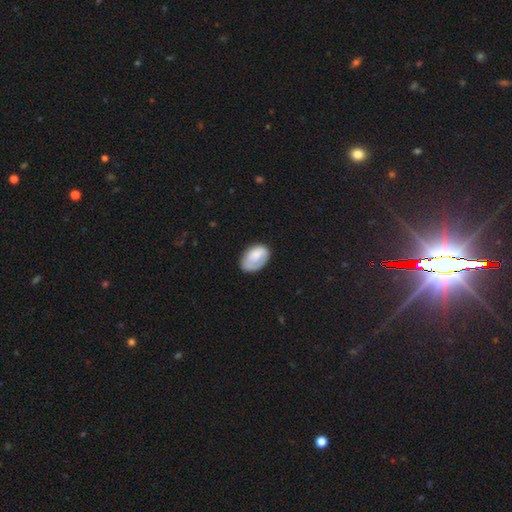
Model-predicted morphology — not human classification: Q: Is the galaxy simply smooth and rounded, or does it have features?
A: smooth — 70%.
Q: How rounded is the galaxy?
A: in between — 89%.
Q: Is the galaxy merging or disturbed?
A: none — 64%.